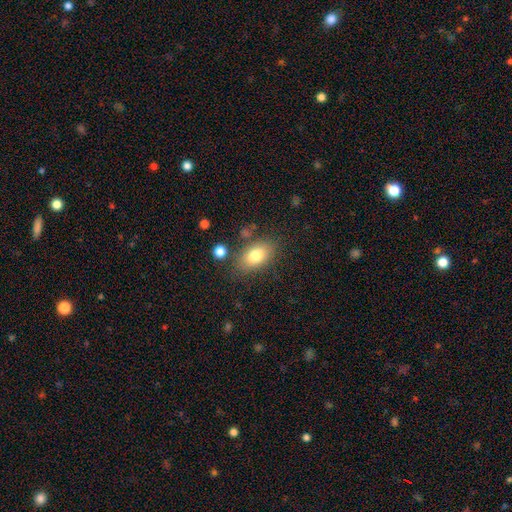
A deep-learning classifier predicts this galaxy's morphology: type=smooth (78%); roundness=in between (88%); merging=none (79%).